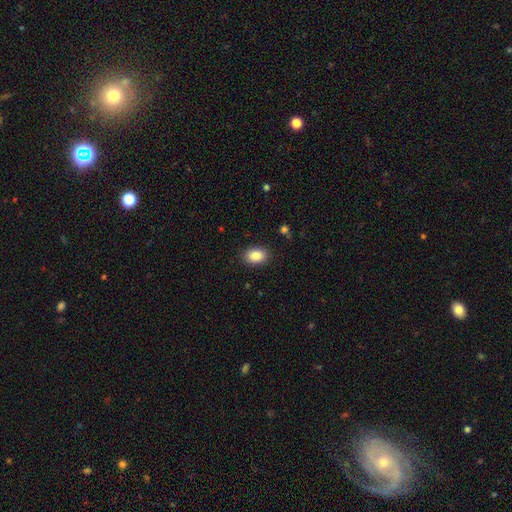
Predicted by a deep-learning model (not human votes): Smooth or featured?
  - smooth: 86% *
  - star or artifact: 8%
  - featured or disk: 6%
How rounded?
  - in between: 81% *
  - round: 18%
  - cigar-shaped: 1%
Merging?
  - none: 88% *
  - minor disturbance: 8%
  - major disturbance: 2%
  - merger: 1%